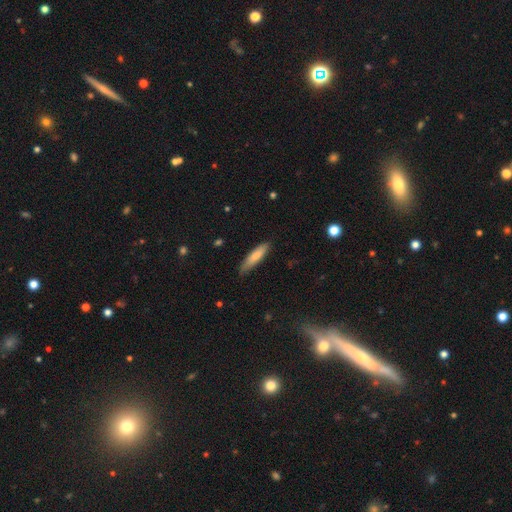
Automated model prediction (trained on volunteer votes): A smooth galaxy with no disk features (79%) that is cigar-shaped (79%). Merging: none (83%).